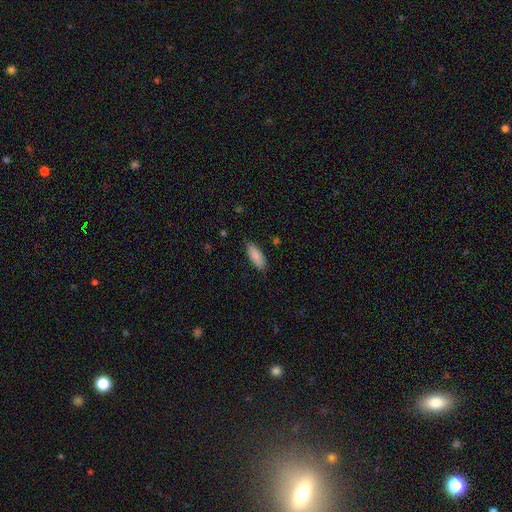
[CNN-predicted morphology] Q: Smooth or featured?
A: smooth (87%); runner-up: featured or disk (7%)
Q: How rounded?
A: in between (73%); runner-up: cigar-shaped (25%)
Q: Merging?
A: none (86%); runner-up: minor disturbance (11%)